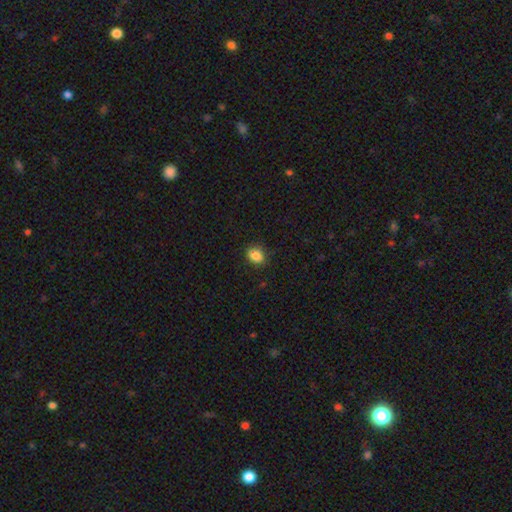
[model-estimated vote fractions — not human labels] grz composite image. It shows a smooth galaxy with no disk features (85%) that is in between round and cigar-shaped (54%). Merging: none (86%).